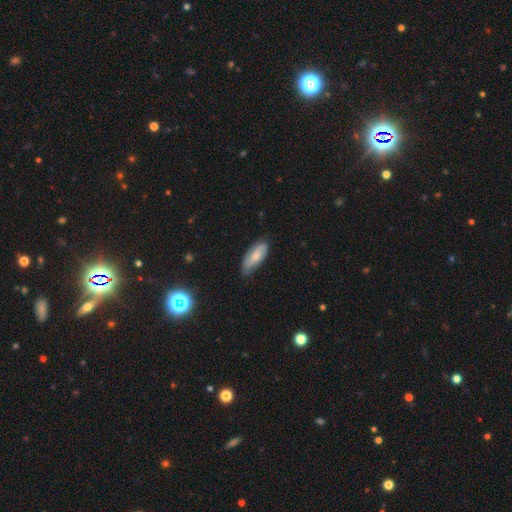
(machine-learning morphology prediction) smooth-or-featured: smooth: 60% | featured or disk: 33% | star or artifact: 7%
  how-rounded: in between: 80% | cigar-shaped: 18% | round: 2%
  merging: none: 60% | minor disturbance: 32% | major disturbance: 7% | merger: 2%